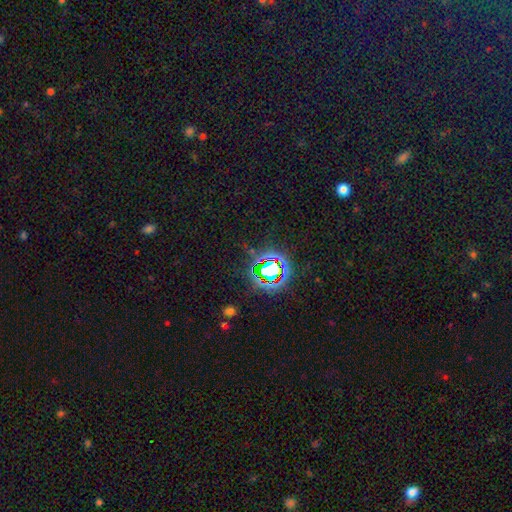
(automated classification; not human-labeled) star or artifact 79%, smooth 13%, featured or disk 8%.